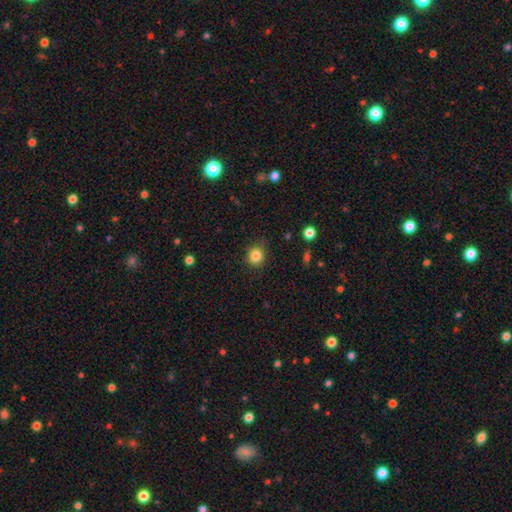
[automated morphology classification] smooth_or_featured: smooth (p=0.84) [alt: star or artifact p=0.11]
how_rounded: round (p=0.81) [alt: in between p=0.18]
merging: none (p=0.79) [alt: minor disturbance p=0.16]